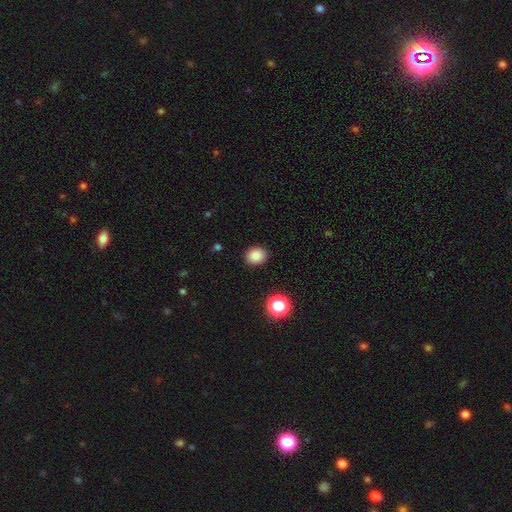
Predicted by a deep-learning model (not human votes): Smooth or featured? Predicted: smooth (p=0.85). How rounded? Predicted: round (p=0.62). Merging? Predicted: none (p=0.89).